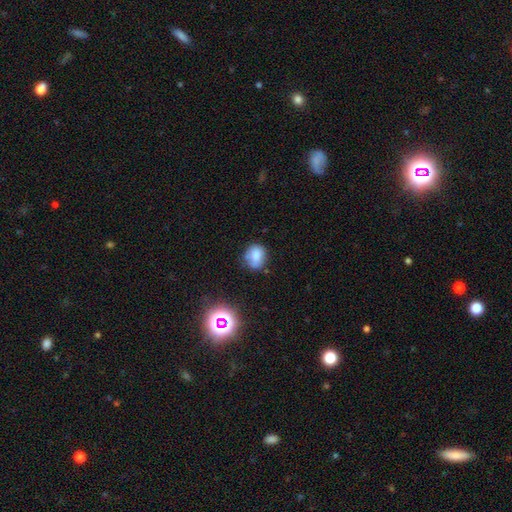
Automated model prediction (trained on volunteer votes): smooth-or-featured: smooth: 74% | featured or disk: 13% | star or artifact: 12%
  how-rounded: round: 60% | in between: 39% | cigar-shaped: 1%
  merging: none: 62% | minor disturbance: 25% | major disturbance: 7% | merger: 7%